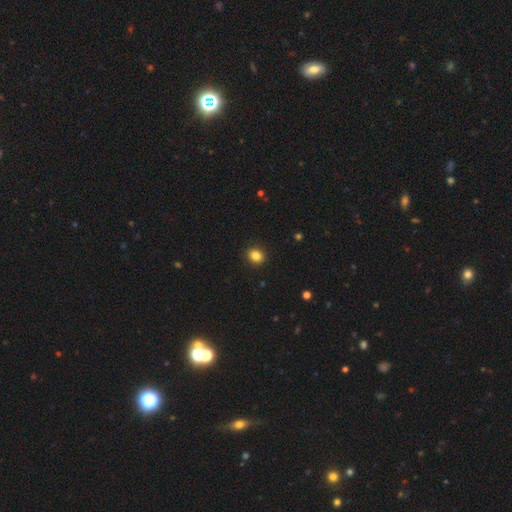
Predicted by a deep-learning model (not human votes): Morphology: type=smooth (85%); roundness=round (62%); merging=none (91%).